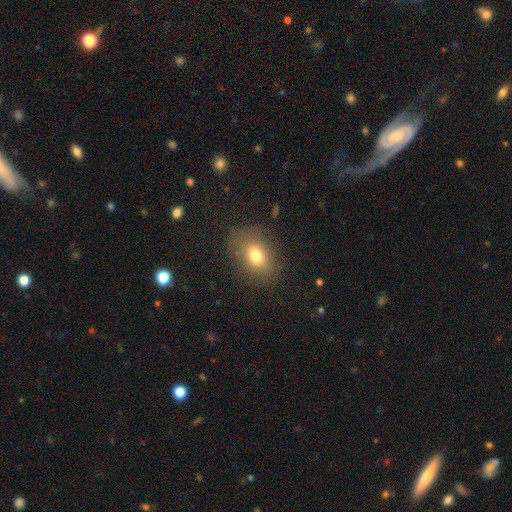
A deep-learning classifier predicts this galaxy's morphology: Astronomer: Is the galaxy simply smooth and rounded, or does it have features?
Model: smooth — 74%.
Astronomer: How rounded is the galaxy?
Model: in between — 70%.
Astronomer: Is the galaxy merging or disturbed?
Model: none — 79%.